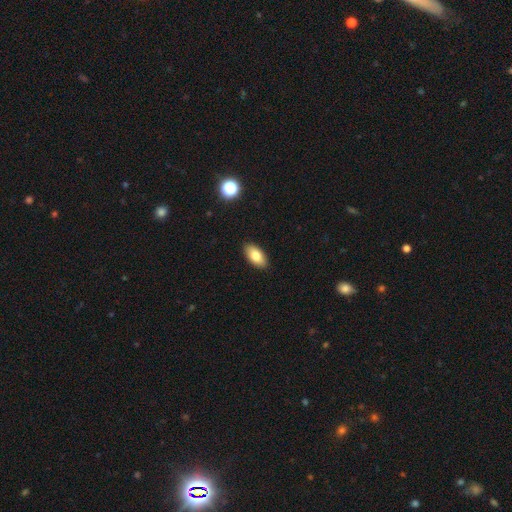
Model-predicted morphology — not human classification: smooth 80%, featured or disk 12%, star or artifact 8%. Down the decision tree: how rounded — in between (93%); merging — none (90%).